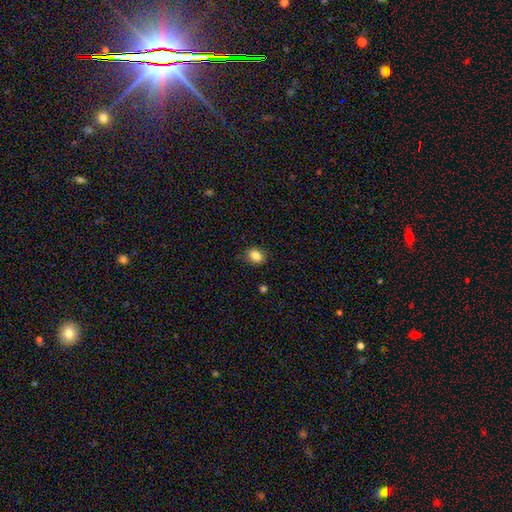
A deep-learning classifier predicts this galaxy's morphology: This is clearly a smooth galaxy (84%). How rounded: possibly in between (56%). Merging: clearly none (86%).